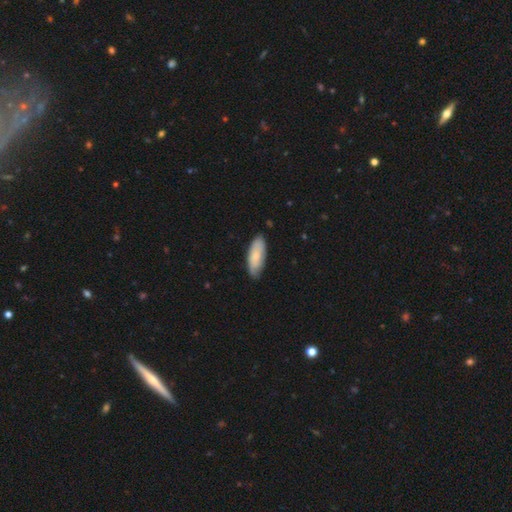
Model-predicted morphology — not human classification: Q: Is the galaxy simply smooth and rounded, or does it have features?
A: smooth — 75%.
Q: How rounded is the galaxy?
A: in between — 77%.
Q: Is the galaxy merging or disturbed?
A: none — 81%.